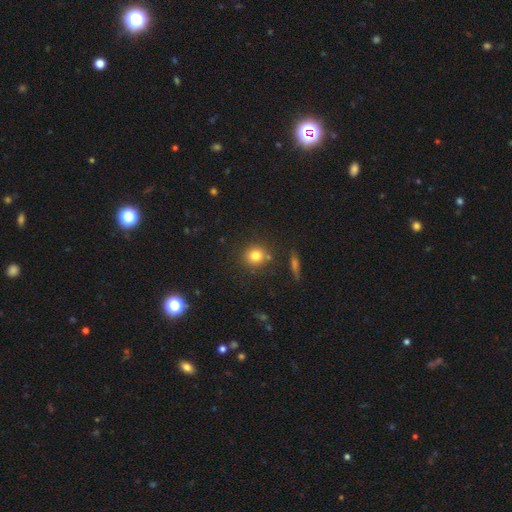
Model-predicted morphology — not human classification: A smooth galaxy with no disk features (81%) that is round (88%).

Vote fractions:
- Smooth or featured? smooth: 81% / star or artifact: 12% / featured or disk: 8%
- How rounded? round: 88% / in between: 11% / cigar-shaped: 1%
- Merging? none: 79% / minor disturbance: 10% / merger: 8% / major disturbance: 3%